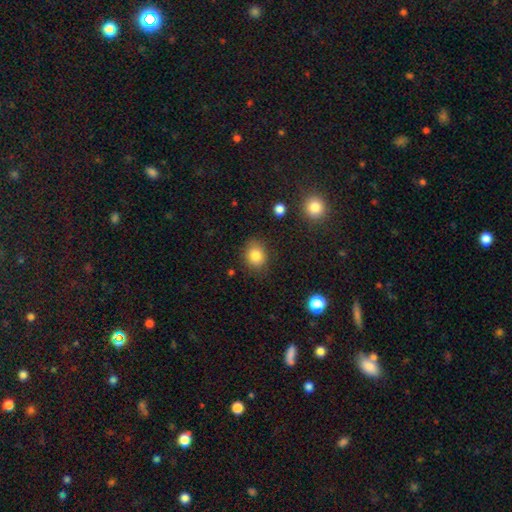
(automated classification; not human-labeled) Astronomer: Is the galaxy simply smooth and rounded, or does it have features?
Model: smooth — 83%.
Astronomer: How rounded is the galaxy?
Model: round — 56% (runner-up: in between, 43%).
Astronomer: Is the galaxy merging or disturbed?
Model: none — 81%.